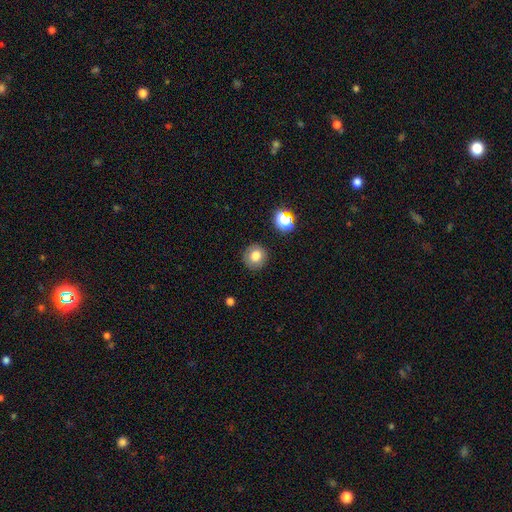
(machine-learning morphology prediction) This appears to be a smooth galaxy with no disk features (78%) that is round (92%). Merging: none (88%).